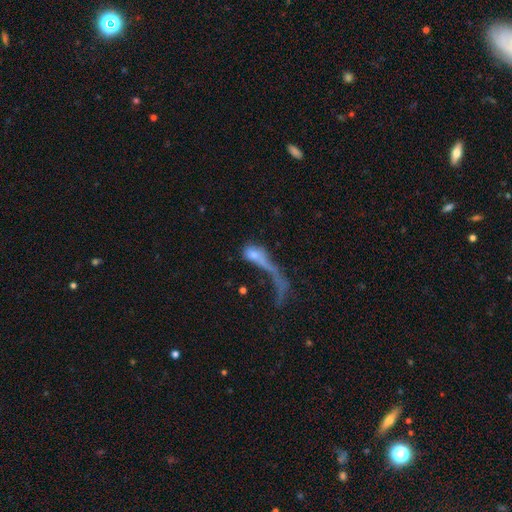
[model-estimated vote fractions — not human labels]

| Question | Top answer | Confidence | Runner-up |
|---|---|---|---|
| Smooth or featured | smooth | 58% | featured or disk (30%) |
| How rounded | in between | 57% | round (24%) |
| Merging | major disturbance | 55% | merger (23%) |